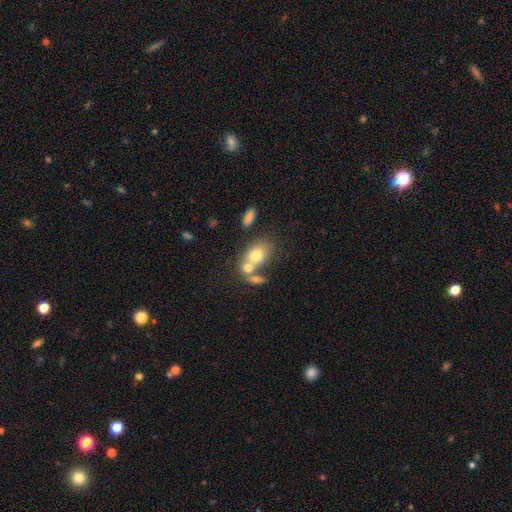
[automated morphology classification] A smooth galaxy with no disk features (72%) that is in between round and cigar-shaped (75%). Merging: merger (47%).